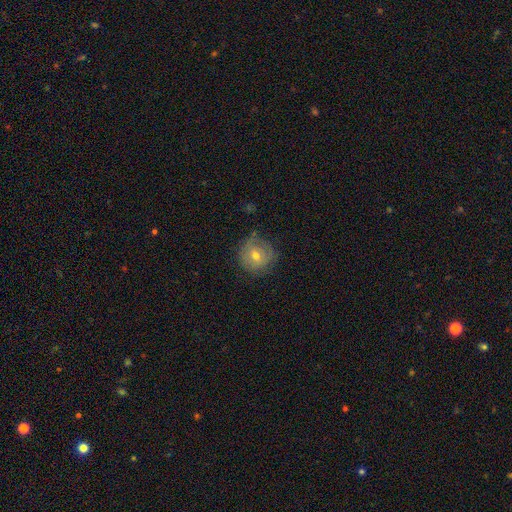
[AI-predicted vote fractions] Smooth or featured?
  - smooth: 60% *
  - featured or disk: 31%
  - star or artifact: 9%
How rounded?
  - round: 89% *
  - in between: 10%
  - cigar-shaped: 1%
Merging?
  - none: 70% *
  - minor disturbance: 21%
  - major disturbance: 7%
  - merger: 2%